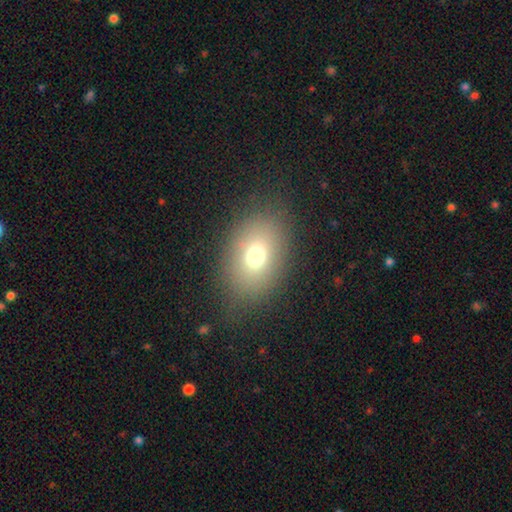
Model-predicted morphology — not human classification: Q: Smooth or featured?
A: smooth (72%); runner-up: featured or disk (14%)
Q: How rounded?
A: in between (73%); runner-up: round (26%)
Q: Merging?
A: none (77%); runner-up: minor disturbance (14%)